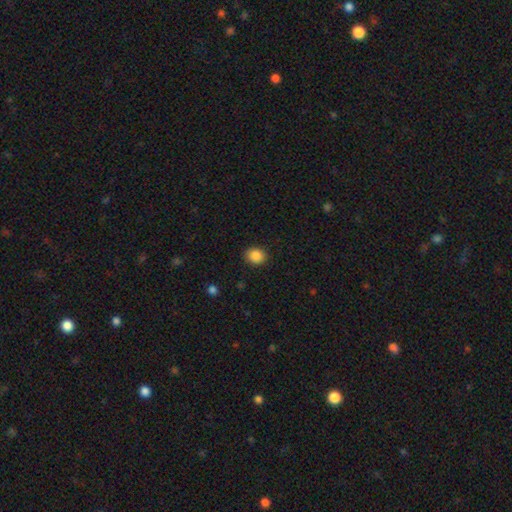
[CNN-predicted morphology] A smooth galaxy with no disk features (87%) that is round (63%). Merging: none (89%).